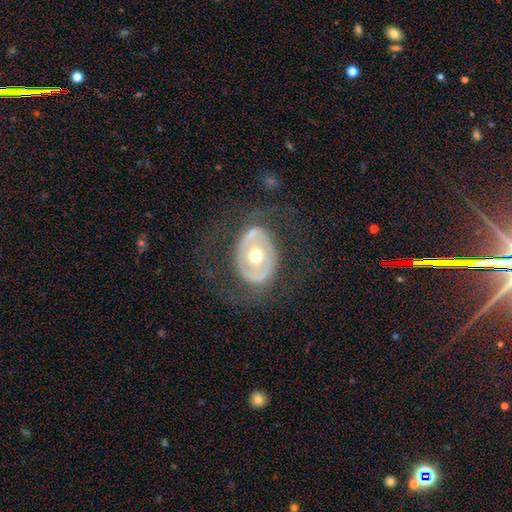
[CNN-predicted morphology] featured or disk 73%, smooth 21%, star or artifact 5%. Down the decision tree: edge-on disk — no (94%); bar — no (67%); spiral arms — no (61%); bulge size — moderate (75%); merging — none (68%).